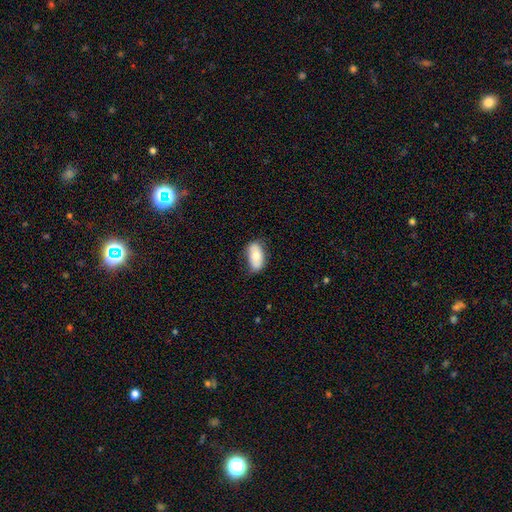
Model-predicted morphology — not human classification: A smooth galaxy with no disk features (77%) that is in between round and cigar-shaped (93%).

Vote fractions:
- Smooth or featured? smooth: 77% / featured or disk: 17% / star or artifact: 6%
- How rounded? in between: 93% / cigar-shaped: 4% / round: 3%
- Merging? none: 73% / minor disturbance: 22% / major disturbance: 4% / merger: 1%